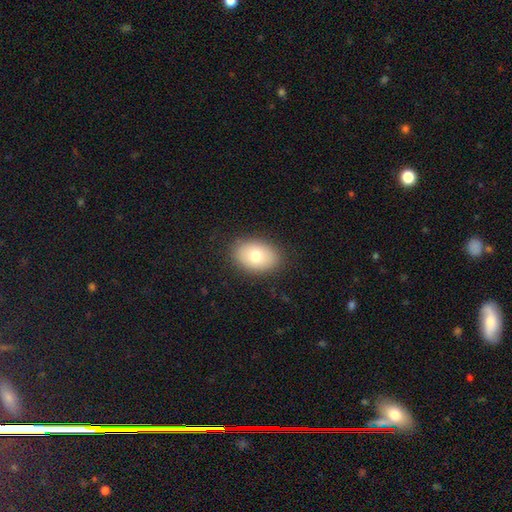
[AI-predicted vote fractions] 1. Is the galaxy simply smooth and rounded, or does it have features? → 76% smooth, 15% featured or disk, 8% star or artifact.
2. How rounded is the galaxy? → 82% in between, 17% round, 1% cigar-shaped.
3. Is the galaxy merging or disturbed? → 88% none, 9% minor disturbance, 2% major disturbance, 1% merger.